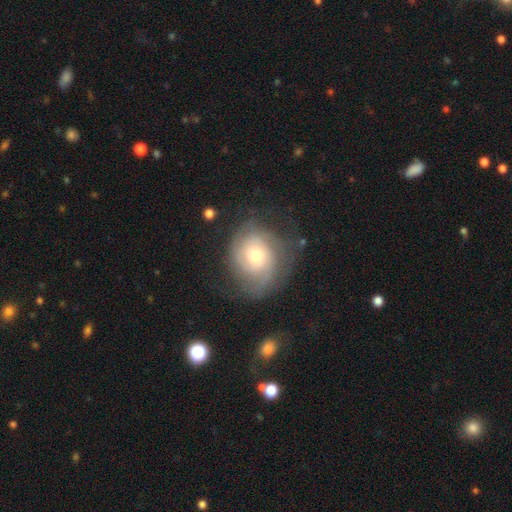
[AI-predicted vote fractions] featured or disk 74%, smooth 20%, star or artifact 7%. Down the decision tree: edge-on disk — no (97%); bar — no (75%); spiral arms — yes (91%); spiral arm count — can't tell (36%); spiral winding — tight (58%); bulge size — moderate (57%); merging — none (63%).